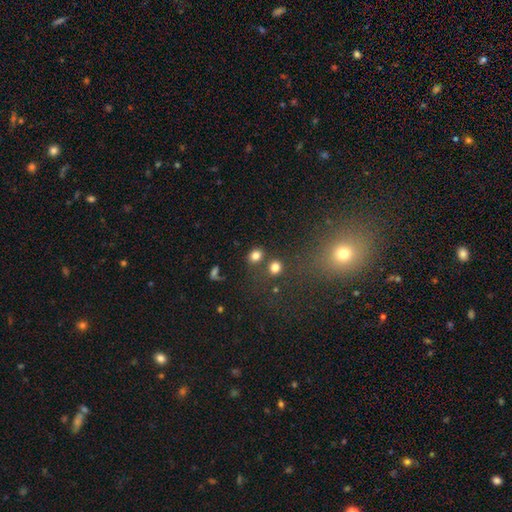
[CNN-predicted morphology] This appears to be a smooth galaxy with no disk features (80%) that is round (64%). Merging: none (70%).